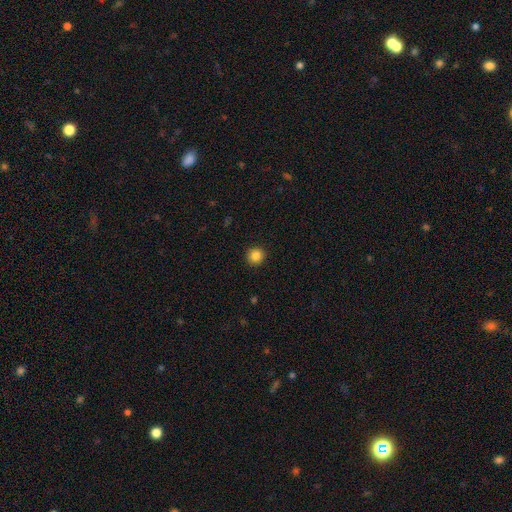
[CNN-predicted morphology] This appears to be a smooth galaxy with no disk features (85%) that is round (95%). Merging: none (92%).